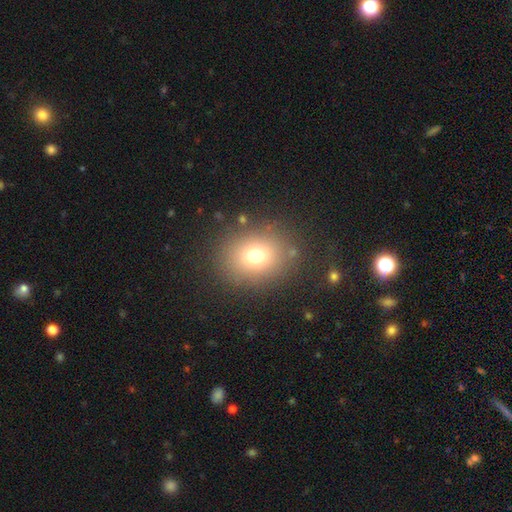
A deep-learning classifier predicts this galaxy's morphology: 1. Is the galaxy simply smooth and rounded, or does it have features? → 72% smooth, 17% star or artifact, 11% featured or disk.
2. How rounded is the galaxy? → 64% round, 35% in between, 1% cigar-shaped.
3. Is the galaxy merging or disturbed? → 84% none, 8% minor disturbance, 5% major disturbance, 2% merger.